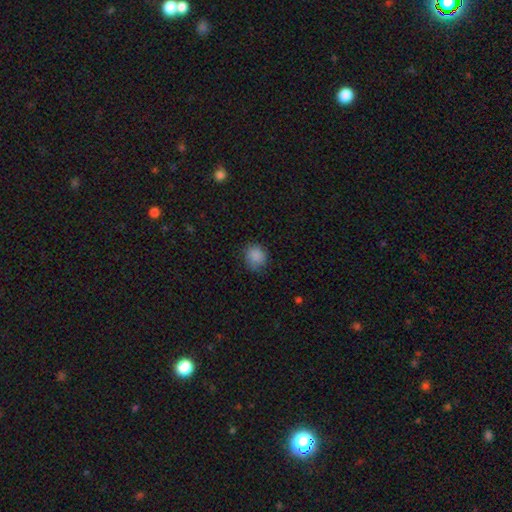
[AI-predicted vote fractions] Smooth or featured?
  - smooth: 86% *
  - star or artifact: 10%
  - featured or disk: 4%
How rounded?
  - round: 80% *
  - in between: 19%
  - cigar-shaped: 1%
Merging?
  - none: 76% *
  - minor disturbance: 19%
  - major disturbance: 5%
  - merger: 1%